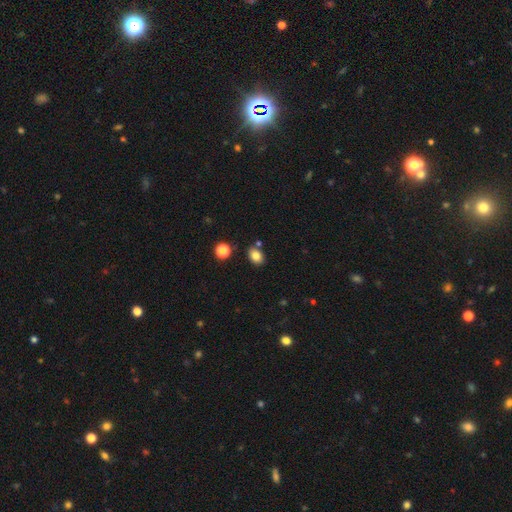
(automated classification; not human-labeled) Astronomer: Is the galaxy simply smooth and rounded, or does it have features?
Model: smooth — 82%.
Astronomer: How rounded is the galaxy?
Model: in between — 69%.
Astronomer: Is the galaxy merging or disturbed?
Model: none — 77%.